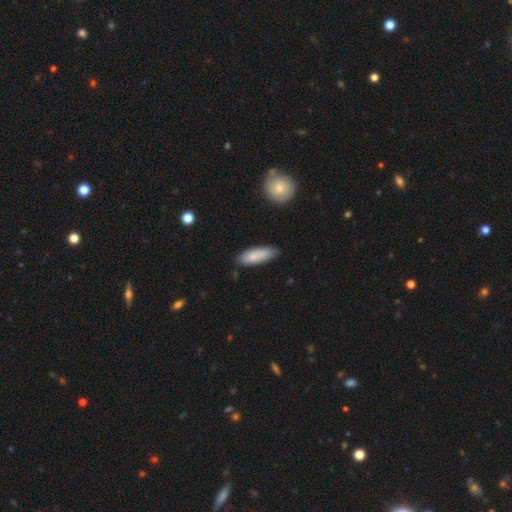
smooth-or-featured: smooth: 83% | featured or disk: 11% | star or artifact: 6%
  how-rounded: in between: 77% | cigar-shaped: 23% | round: 0%
  merging: none: 53% | minor disturbance: 35% | major disturbance: 12% | merger: 0%